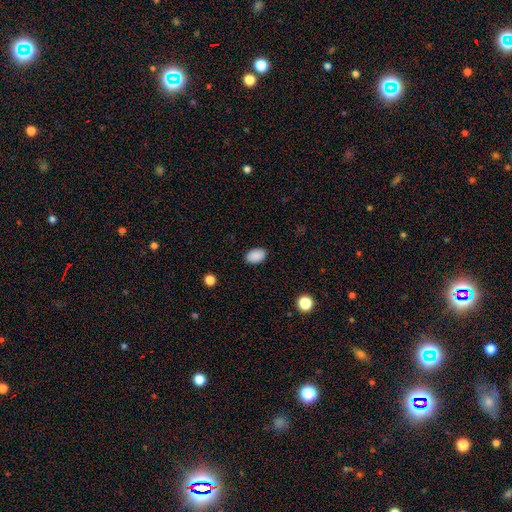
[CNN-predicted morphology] The model was most divided on "how rounded": in between: 86%, round: 13%, cigar-shaped: 1%. More confident: smooth or featured — smooth (89%); merging — none (88%).